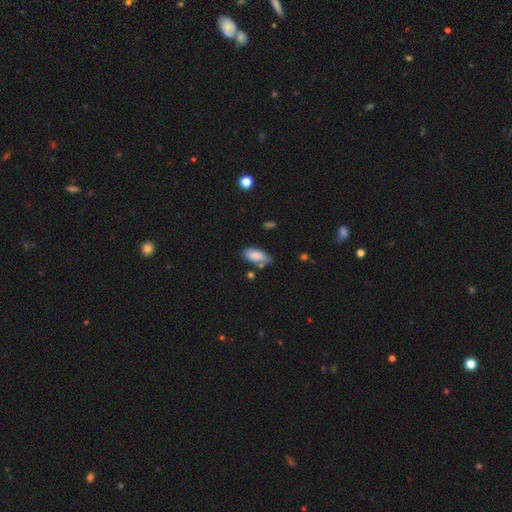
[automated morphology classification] Overall: smooth (83%). How rounded: in between (85%). Merging: none (65%).